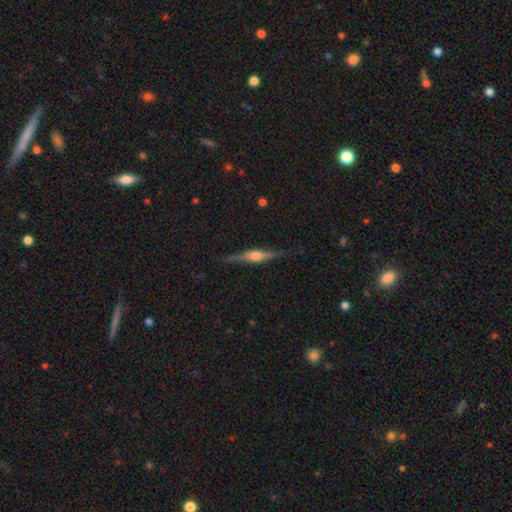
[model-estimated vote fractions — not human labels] Smooth or featured?
  - featured or disk: 64% *
  - smooth: 30%
  - star or artifact: 6%
Edge-on disk?
  - yes: 96% *
  - no: 4%
Edge-on bulge?
  - rounded: 88% *
  - boxy: 7%
  - none: 5%
Merging?
  - none: 82% *
  - minor disturbance: 14%
  - major disturbance: 3%
  - merger: 1%